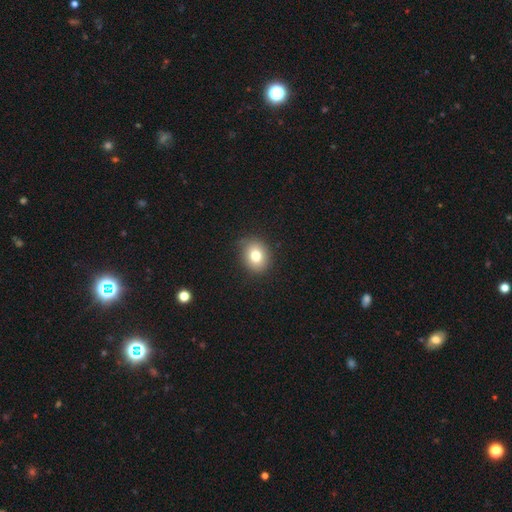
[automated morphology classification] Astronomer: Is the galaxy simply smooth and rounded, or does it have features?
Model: smooth — 77%.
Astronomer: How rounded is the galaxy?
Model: round — 63%.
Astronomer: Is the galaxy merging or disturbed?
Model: none — 84%.